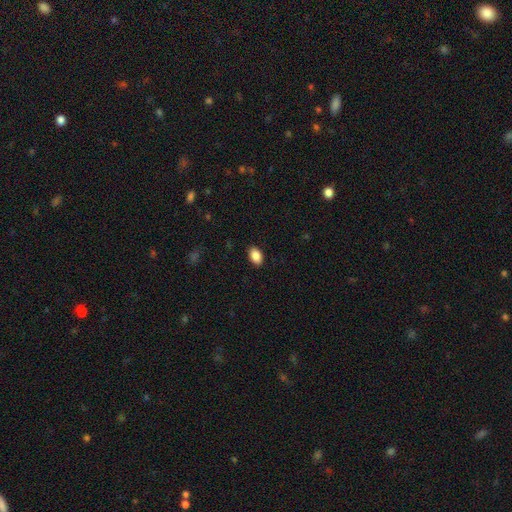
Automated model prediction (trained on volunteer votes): This appears to be a smooth galaxy with no disk features (87%) that is in between round and cigar-shaped (89%). Merging: none (89%).